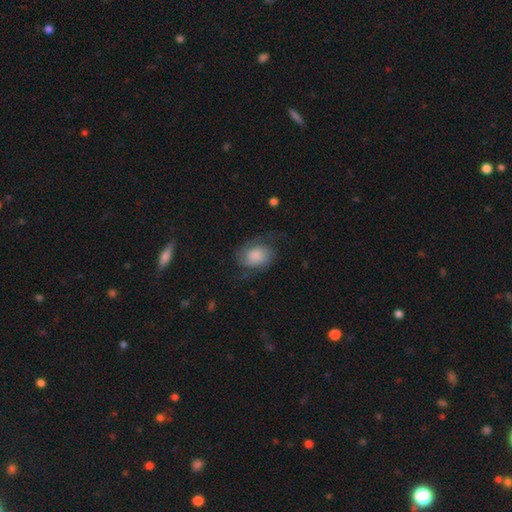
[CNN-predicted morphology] A featured or disk galaxy (53%) with no bar (75%), spiral arms (89%) and a large central bulge (33%).

Vote fractions:
- Smooth or featured? featured or disk: 53% / smooth: 39% / star or artifact: 9%
- Edge-on disk? no: 97% / yes: 3%
- Bar? no: 75% / weak: 21% / strong: 4%
- Spiral arms? yes: 89% / no: 11%
- Bulge size? large: 33% / none: 23% / dominant: 15% / moderate: 15% / small: 13%
- Merging? none: 55% / minor disturbance: 23% / major disturbance: 20% / merger: 2%